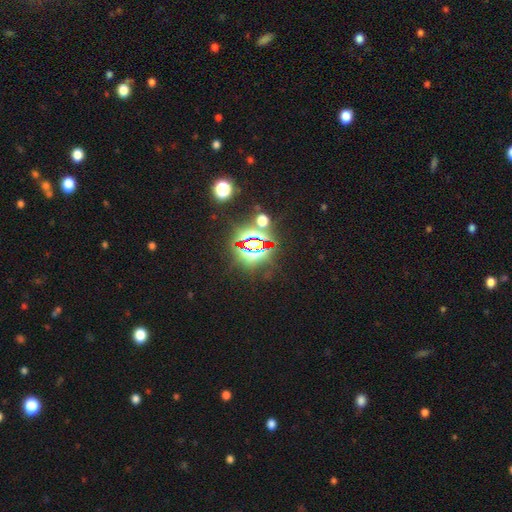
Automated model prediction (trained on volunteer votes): The model was most divided on "smooth or featured": star or artifact: 84%, smooth: 9%, featured or disk: 6%.